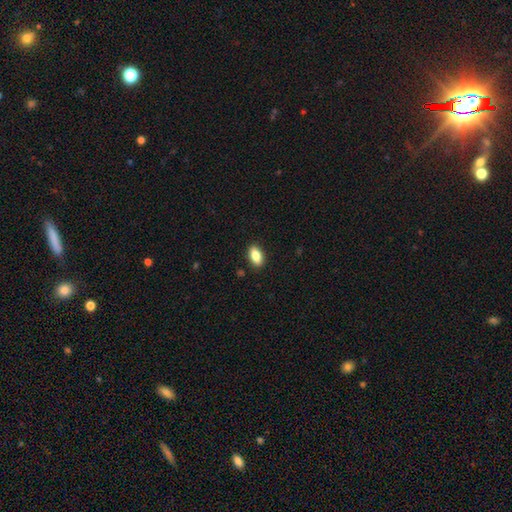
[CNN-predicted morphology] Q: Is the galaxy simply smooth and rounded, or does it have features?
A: smooth — 85%.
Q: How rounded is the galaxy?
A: in between — 90%.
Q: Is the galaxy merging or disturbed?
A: none — 89%.